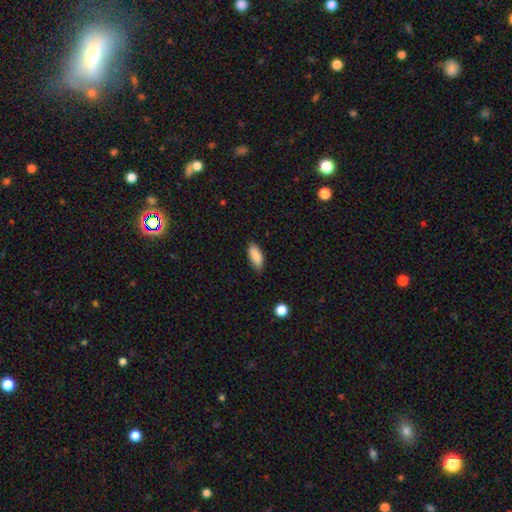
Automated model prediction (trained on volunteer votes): This is clearly a smooth galaxy (88%). How rounded: clearly in between (86%). Merging: clearly none (81%).